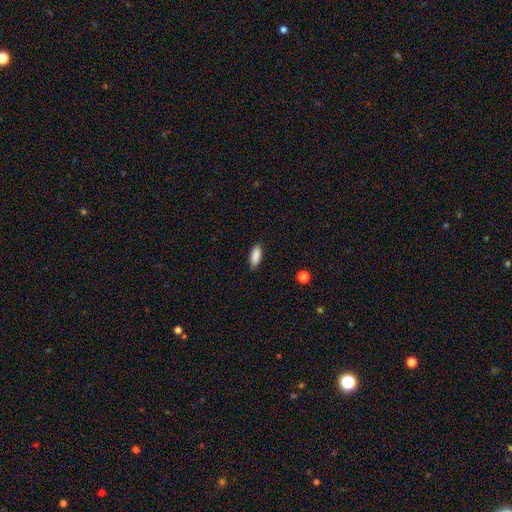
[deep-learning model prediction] smooth_or_featured: smooth (p=0.89) [alt: star or artifact p=0.07]
how_rounded: in between (p=0.83) [alt: cigar-shaped p=0.15]
merging: none (p=0.86) [alt: minor disturbance p=0.11]